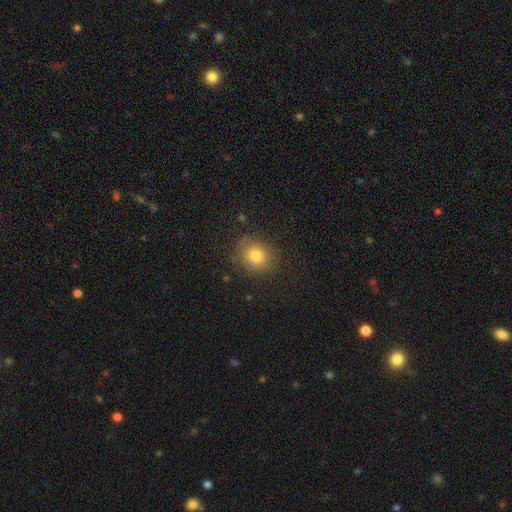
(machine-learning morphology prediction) Smooth or featured? Predicted: smooth (p=0.78). How rounded? Predicted: round (p=0.75). Merging? Predicted: none (p=0.80).